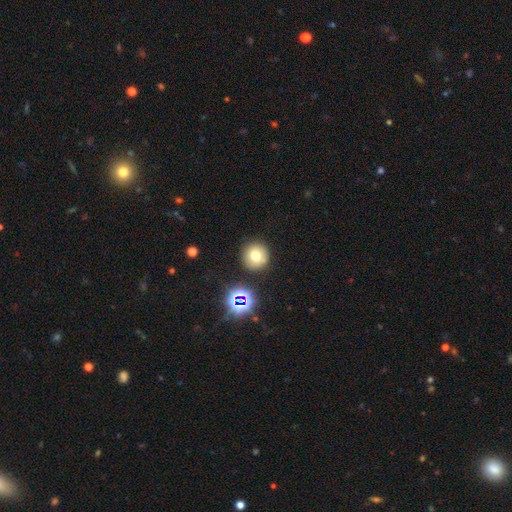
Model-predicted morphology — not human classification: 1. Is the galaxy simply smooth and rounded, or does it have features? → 70% smooth, 18% star or artifact, 12% featured or disk.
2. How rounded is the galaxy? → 95% round, 4% in between, 1% cigar-shaped.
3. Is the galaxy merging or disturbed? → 88% none, 7% minor disturbance, 3% merger, 2% major disturbance.